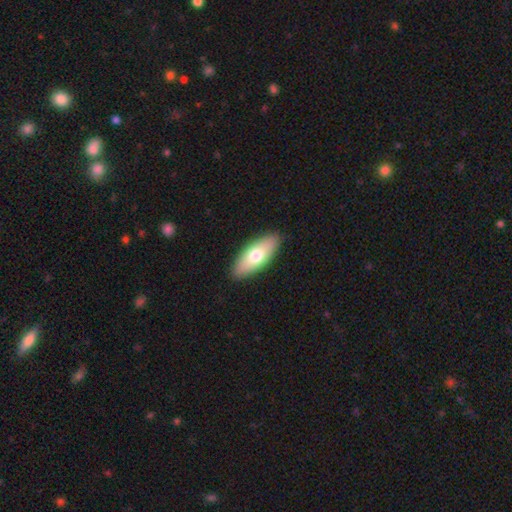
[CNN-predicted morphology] A smooth galaxy with no disk features (69%) that is in between round and cigar-shaped (76%).

Vote fractions:
- Smooth or featured? smooth: 69% / featured or disk: 26% / star or artifact: 6%
- How rounded? in between: 76% / cigar-shaped: 22% / round: 2%
- Merging? none: 89% / minor disturbance: 8% / major disturbance: 2% / merger: 1%